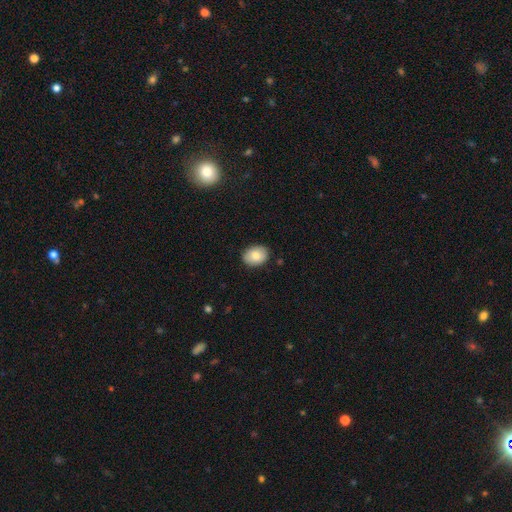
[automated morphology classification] type=smooth (82%); roundness=in between (70%); merging=none (87%).